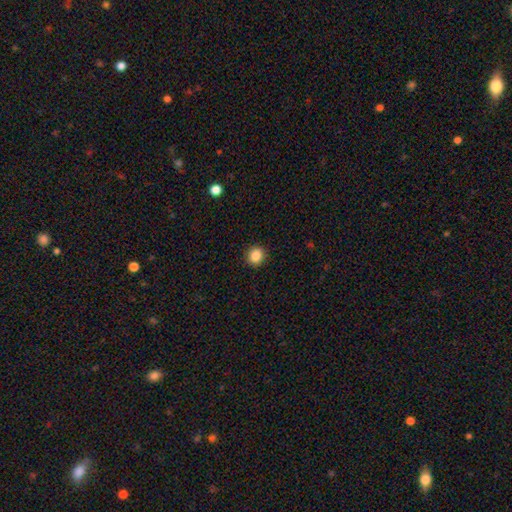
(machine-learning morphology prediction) Overall: smooth (86%). How rounded: round (89%). Merging: none (92%).